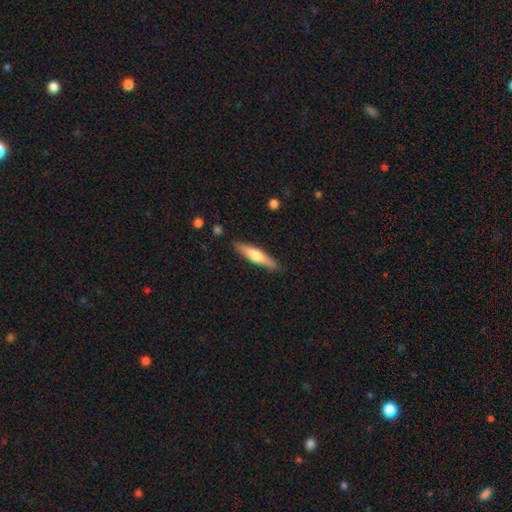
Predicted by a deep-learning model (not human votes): smooth 50%, featured or disk 45%, star or artifact 5%. Down the decision tree: how rounded — cigar-shaped (83%); merging — none (88%).